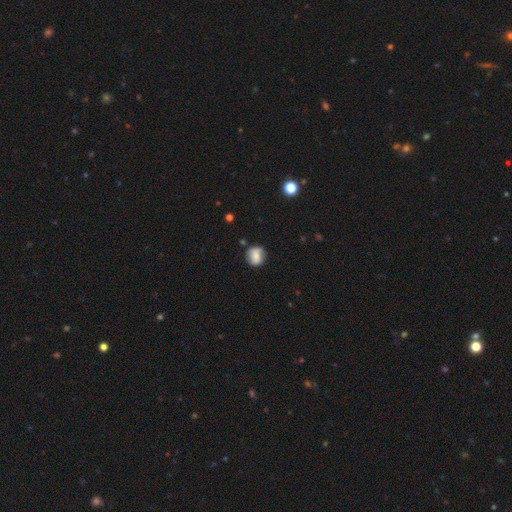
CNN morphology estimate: Smooth or featured? smooth (68%)
How rounded? round (76%)
Merging? none (71%)